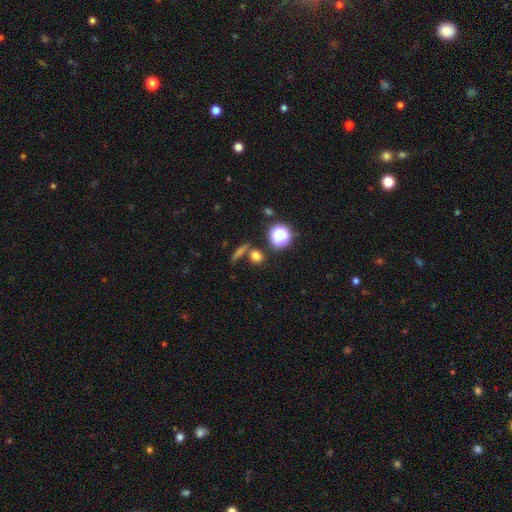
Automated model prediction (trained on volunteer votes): Smooth or featured?
  - smooth: 71% *
  - star or artifact: 20%
  - featured or disk: 9%
How rounded?
  - round: 72% *
  - in between: 22%
  - cigar-shaped: 6%
Merging?
  - none: 67% *
  - merger: 19%
  - minor disturbance: 9%
  - major disturbance: 5%